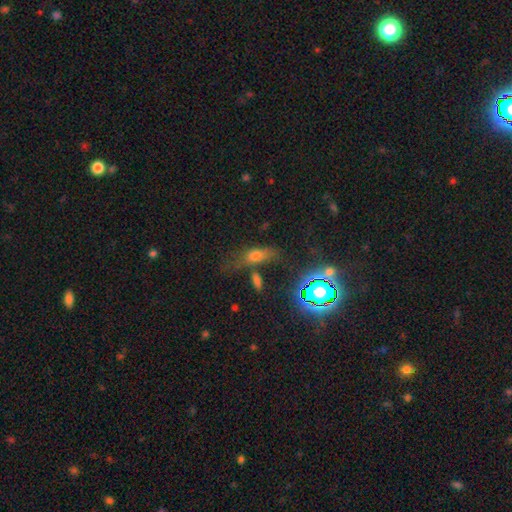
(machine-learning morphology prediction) The model was most divided on "smooth or featured": smooth: 55%, star or artifact: 26%, featured or disk: 20%. More confident: how rounded — in between (61%); merging — none (50%).